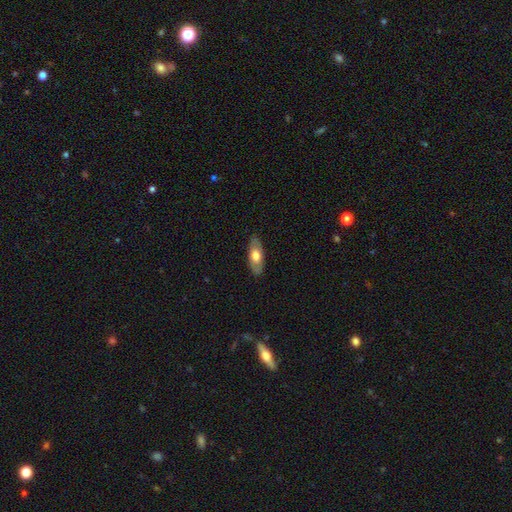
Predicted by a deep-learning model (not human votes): Overall: smooth (61%; featured or disk 33%). How rounded: in between (80%). Merging: none (86%).